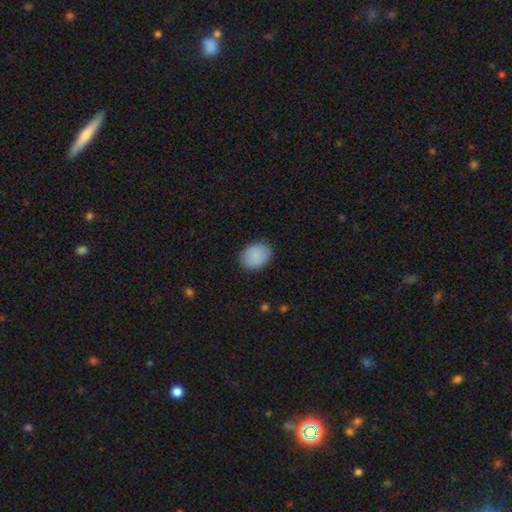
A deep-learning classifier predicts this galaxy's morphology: Smooth or featured? smooth (89%)
How rounded? in between (65%)
Merging? none (87%)